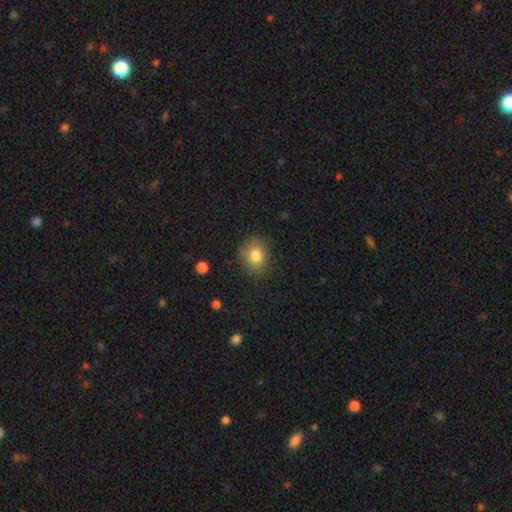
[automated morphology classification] smooth-or-featured: smooth: 81% | star or artifact: 10% | featured or disk: 9%
  how-rounded: round: 57% | in between: 42% | cigar-shaped: 1%
  merging: none: 78% | minor disturbance: 16% | major disturbance: 5% | merger: 1%